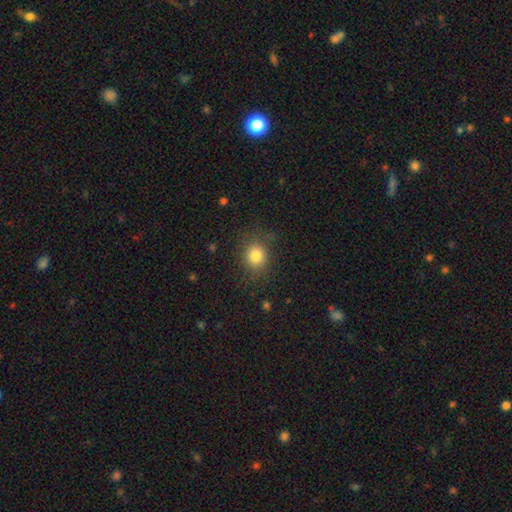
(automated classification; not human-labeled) Overall: smooth (81%). How rounded: round (75%). Merging: none (79%).